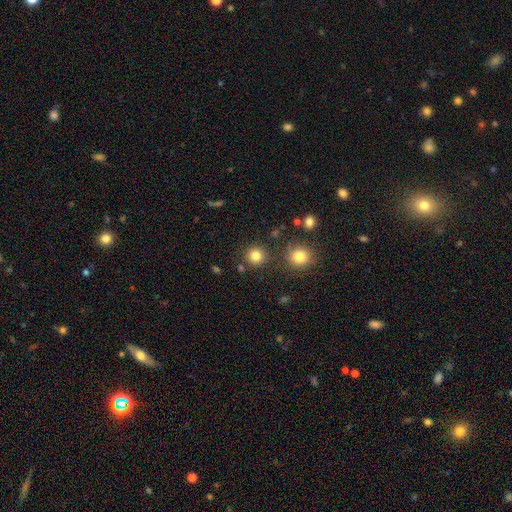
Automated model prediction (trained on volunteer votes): Smooth or featured? smooth (82%)
How rounded? round (93%)
Merging? none (86%)